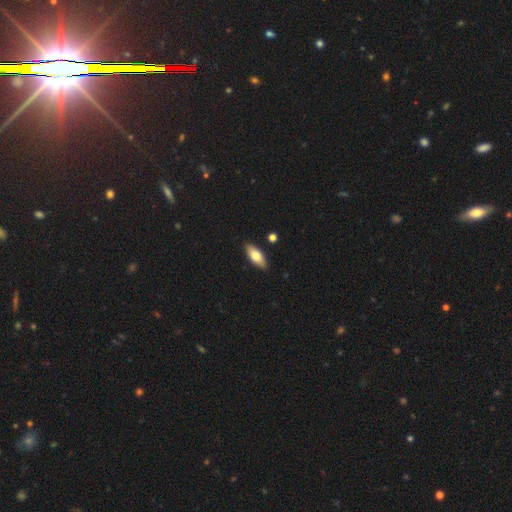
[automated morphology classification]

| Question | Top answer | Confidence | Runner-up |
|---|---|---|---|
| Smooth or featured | smooth | 70% | featured or disk (24%) |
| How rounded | in between | 78% | cigar-shaped (20%) |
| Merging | none | 87% | minor disturbance (9%) |